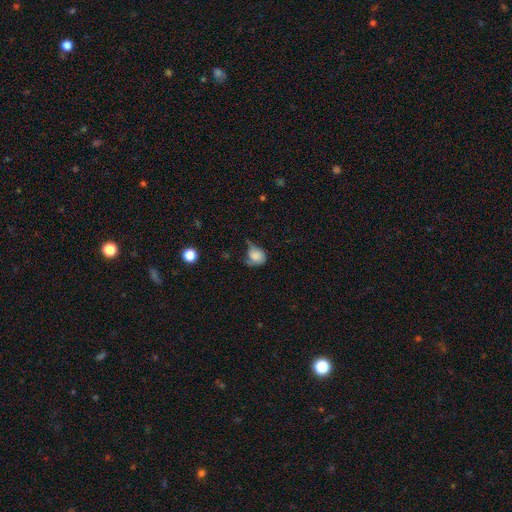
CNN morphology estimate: Overall: smooth (77%). How rounded: round (64%; in between 35%). Merging: minor disturbance (40%; none 31%).